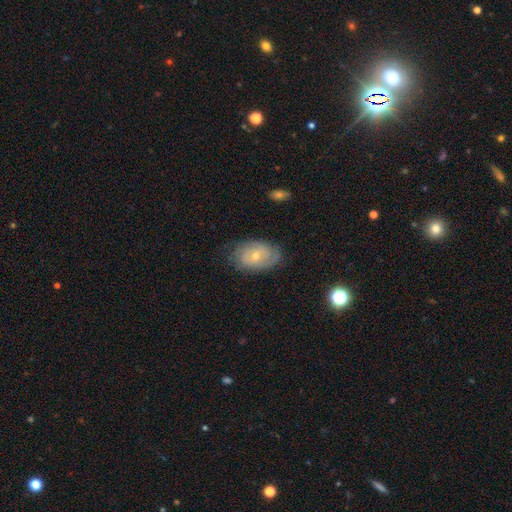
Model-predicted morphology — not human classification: Smooth or featured? featured or disk (52%)
Edge-on disk? no (94%)
Merging? none (72%)